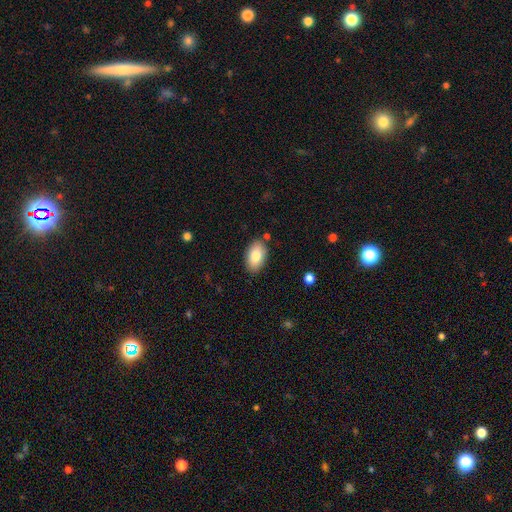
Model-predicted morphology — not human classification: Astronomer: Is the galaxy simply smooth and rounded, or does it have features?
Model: smooth — 81%.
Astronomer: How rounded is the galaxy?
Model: in between — 93%.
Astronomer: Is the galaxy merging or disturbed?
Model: none — 85%.